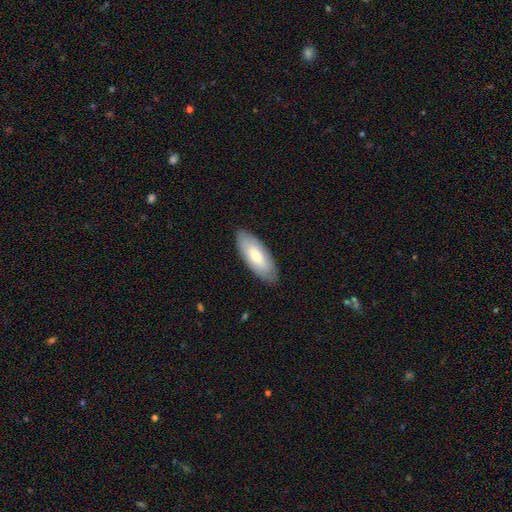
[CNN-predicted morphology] This appears to be a smooth galaxy with no disk features (69%) that is in between round and cigar-shaped (82%). Merging: none (85%).